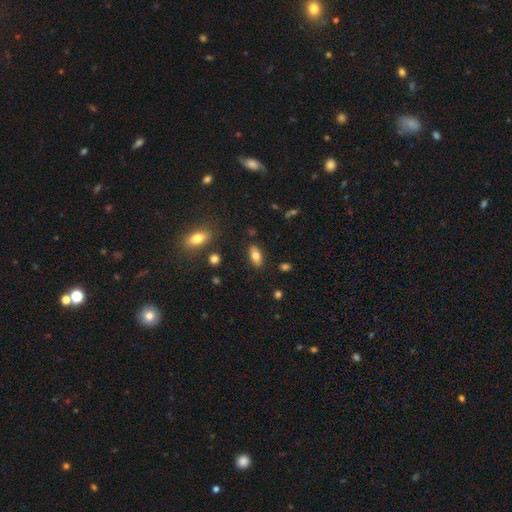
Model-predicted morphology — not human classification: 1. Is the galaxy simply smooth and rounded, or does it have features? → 73% smooth, 19% featured or disk, 8% star or artifact.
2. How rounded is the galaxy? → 87% in between, 9% cigar-shaped, 4% round.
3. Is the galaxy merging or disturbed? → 85% none, 10% minor disturbance, 3% major disturbance, 2% merger.